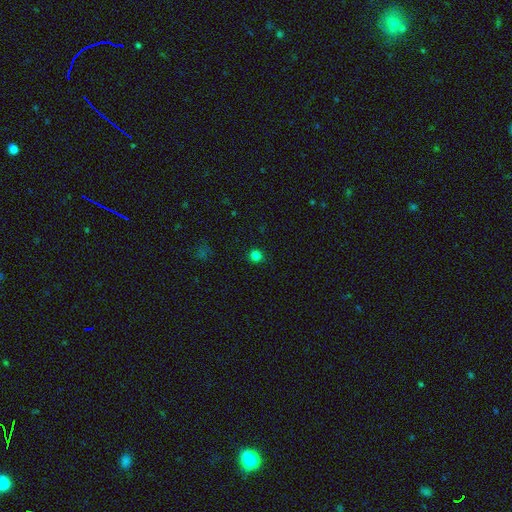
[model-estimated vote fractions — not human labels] This appears to be a smooth galaxy with no disk features (81%) that is round (93%). Merging: none (91%).